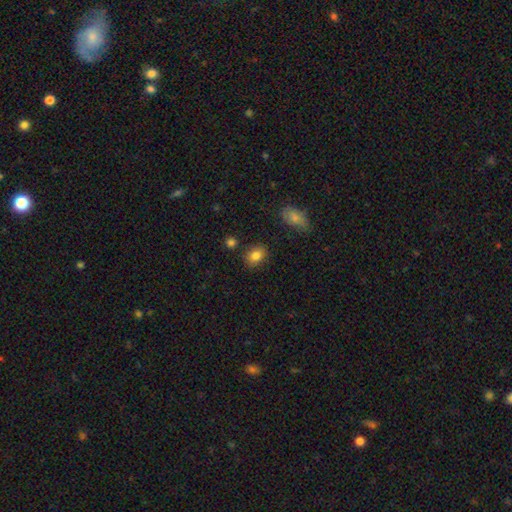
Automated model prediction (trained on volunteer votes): smooth_or_featured: smooth (p=0.85) [alt: star or artifact p=0.09]
how_rounded: in between (p=0.65) [alt: round p=0.34]
merging: none (p=0.82) [alt: minor disturbance p=0.12]